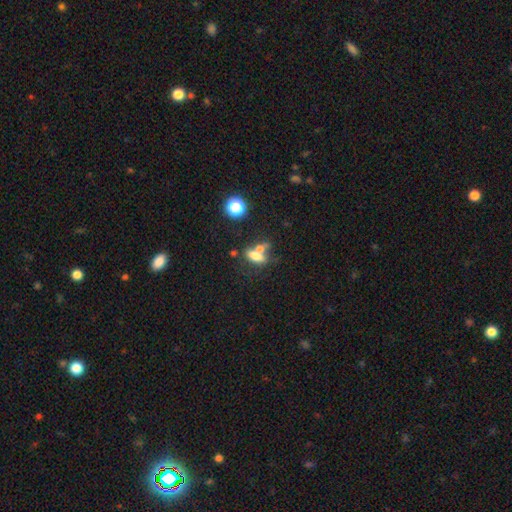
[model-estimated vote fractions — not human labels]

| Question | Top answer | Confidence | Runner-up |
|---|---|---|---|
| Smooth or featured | smooth | 68% | featured or disk (19%) |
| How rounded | in between | 67% | cigar-shaped (21%) |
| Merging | merger | 42% | none (38%) |